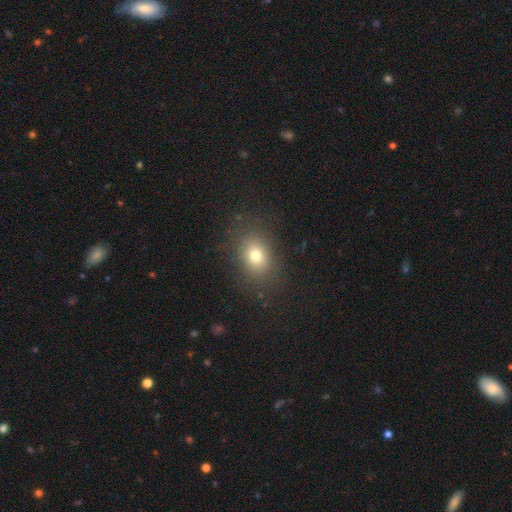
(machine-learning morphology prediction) Smooth or featured? Predicted: smooth (p=0.74). How rounded? Predicted: in between (p=0.54). Merging? Predicted: none (p=0.84).